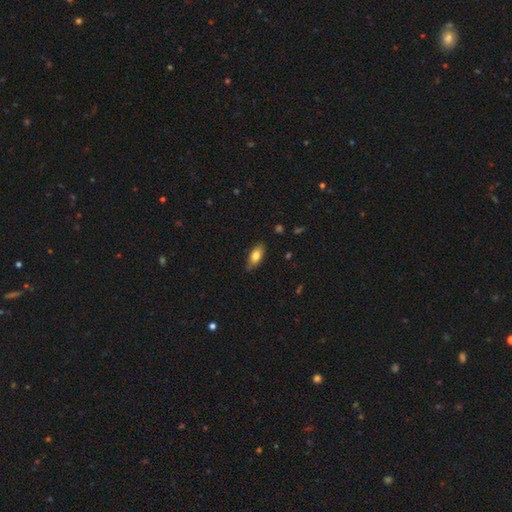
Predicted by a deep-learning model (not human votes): Smooth or featured?
  - smooth: 77% *
  - featured or disk: 16%
  - star or artifact: 7%
How rounded?
  - in between: 86% *
  - cigar-shaped: 11%
  - round: 3%
Merging?
  - none: 79% *
  - minor disturbance: 17%
  - major disturbance: 3%
  - merger: 1%